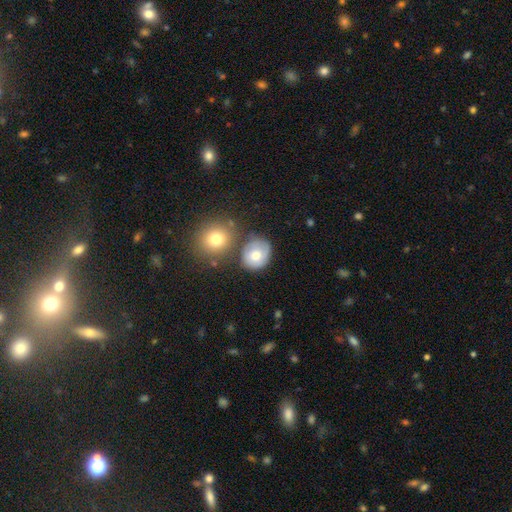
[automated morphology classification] Smooth or featured: smooth — 62% (featured or disk — 28%)
How rounded: round — 78% (in between — 21%)
Merging: none — 60% (minor disturbance — 20%)